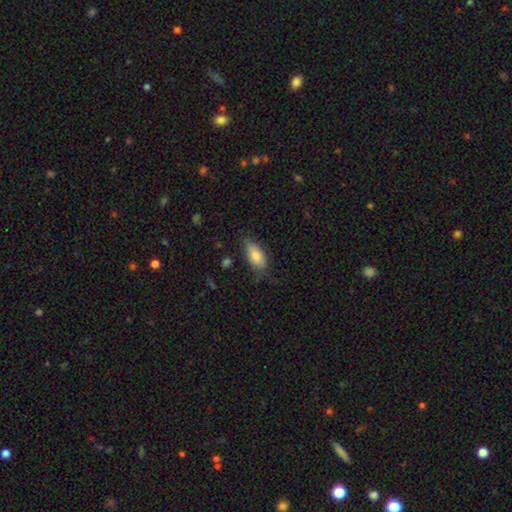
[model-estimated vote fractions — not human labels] The model was most divided on "merging": none: 61%, minor disturbance: 30%, major disturbance: 8%, merger: 2%. More confident: how rounded — in between (87%); smooth or featured — smooth (79%).